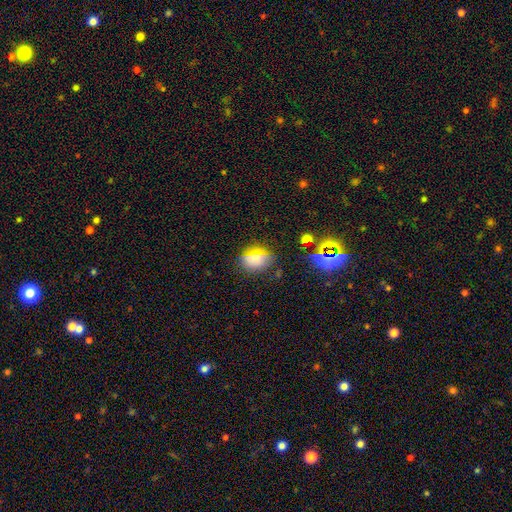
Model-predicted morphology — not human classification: The model was most divided on "how rounded": in between: 51%, round: 47%, cigar-shaped: 3%. More confident: merging — none (79%); smooth or featured — smooth (65%).